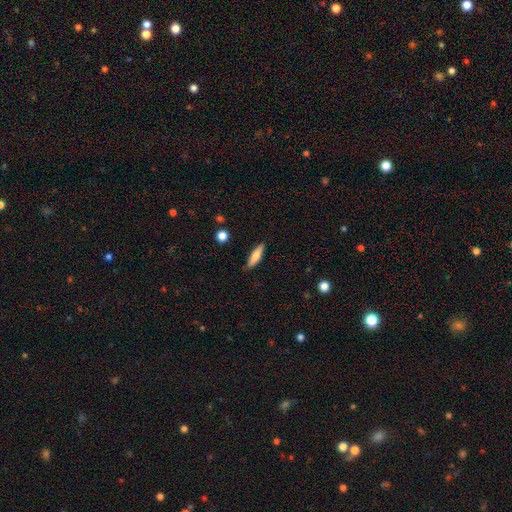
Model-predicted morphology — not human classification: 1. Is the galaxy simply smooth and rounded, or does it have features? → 68% smooth, 25% featured or disk, 6% star or artifact.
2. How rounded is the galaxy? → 65% cigar-shaped, 33% in between, 2% round.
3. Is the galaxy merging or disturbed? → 85% none, 12% minor disturbance, 2% major disturbance, 1% merger.